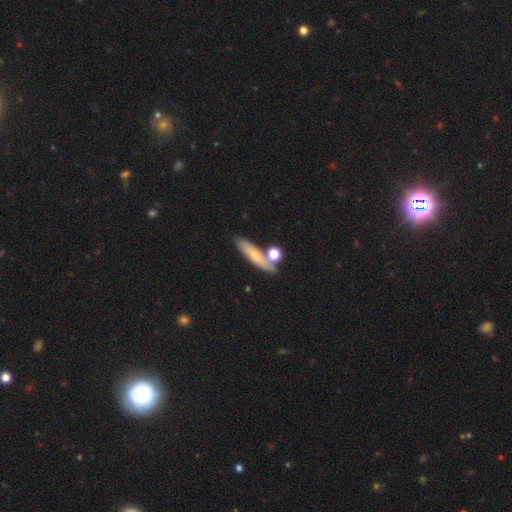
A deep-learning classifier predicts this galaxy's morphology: Smooth or featured?
  - smooth: 59% *
  - featured or disk: 33%
  - star or artifact: 8%
How rounded?
  - cigar-shaped: 70% *
  - in between: 24%
  - round: 6%
Merging?
  - none: 68% *
  - merger: 16%
  - minor disturbance: 12%
  - major disturbance: 4%